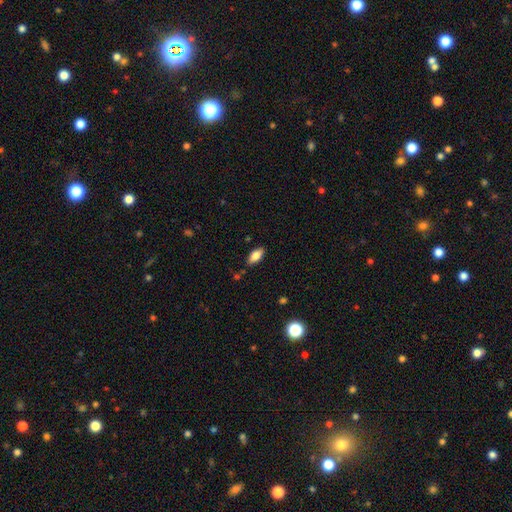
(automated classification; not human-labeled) smooth_or_featured: smooth (p=0.80) [alt: featured or disk p=0.12]
how_rounded: in between (p=0.89) [alt: cigar-shaped p=0.09]
merging: none (p=0.84) [alt: minor disturbance p=0.12]